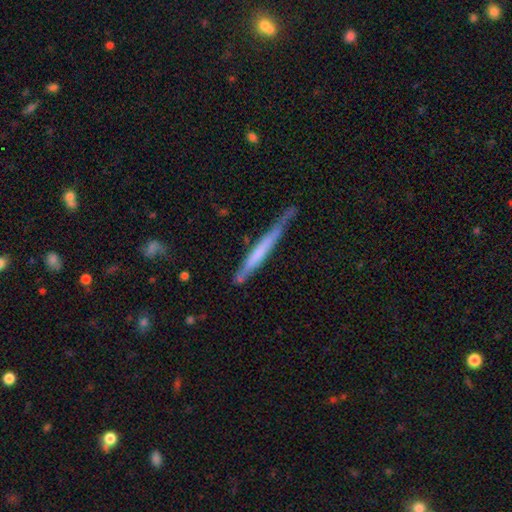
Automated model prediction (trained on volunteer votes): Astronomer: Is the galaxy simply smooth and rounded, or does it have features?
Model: smooth — 52% (runner-up: featured or disk, 43%).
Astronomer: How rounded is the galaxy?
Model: cigar-shaped — 95%.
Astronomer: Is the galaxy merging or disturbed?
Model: none — 58%.